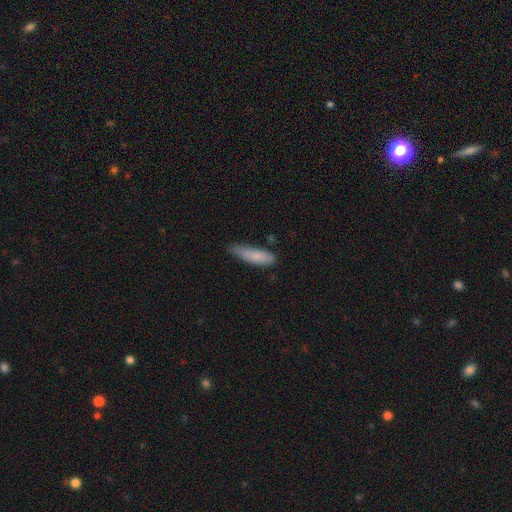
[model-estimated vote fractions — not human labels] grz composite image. It shows a smooth galaxy with no disk features (80%) that is cigar-shaped (63%). Merging: none (52%).